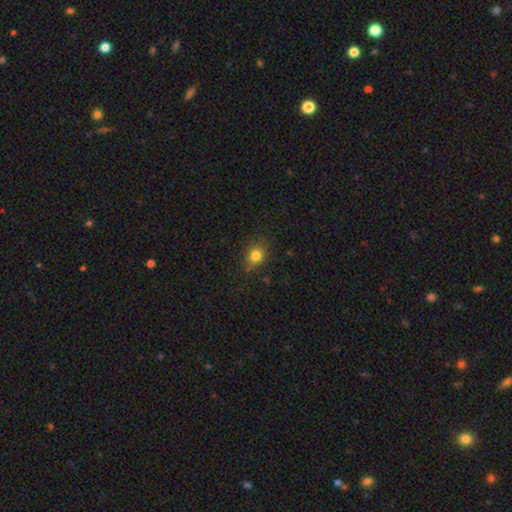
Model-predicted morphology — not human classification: Overall: smooth (80%). How rounded: round (66%; in between 33%). Merging: none (79%).